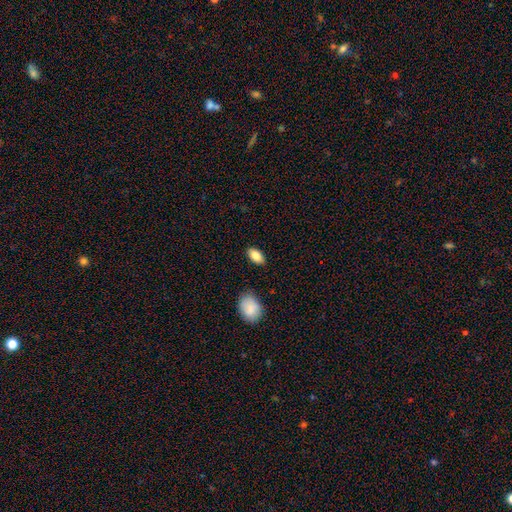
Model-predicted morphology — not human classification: smooth 85%, featured or disk 8%, star or artifact 7%. Down the decision tree: how rounded — in between (93%); merging — none (86%).